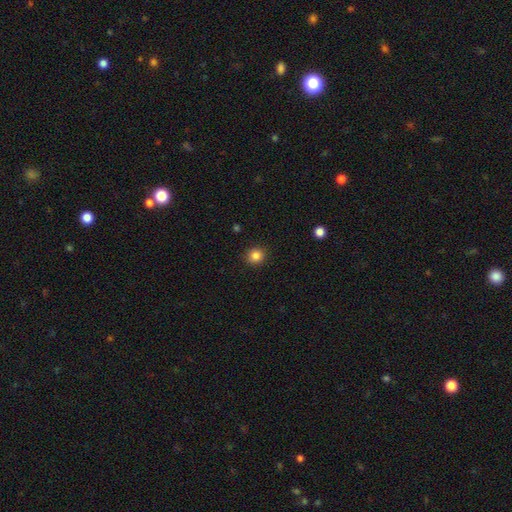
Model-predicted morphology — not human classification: This is clearly a smooth galaxy (85%). How rounded: clearly round (89%). Merging: clearly none (92%).